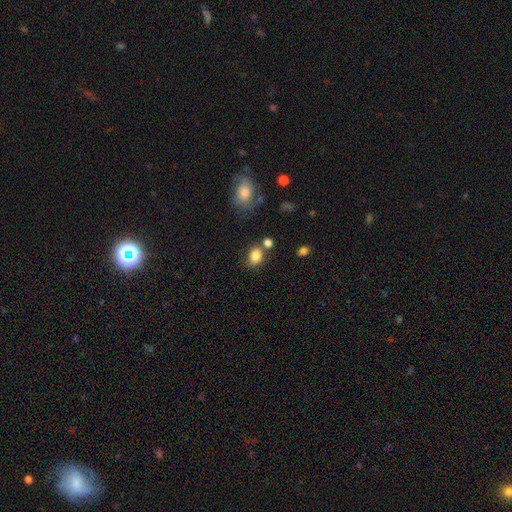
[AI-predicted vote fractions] smooth 84%, star or artifact 10%, featured or disk 6%. Down the decision tree: how rounded — in between (59%); merging — none (66%).